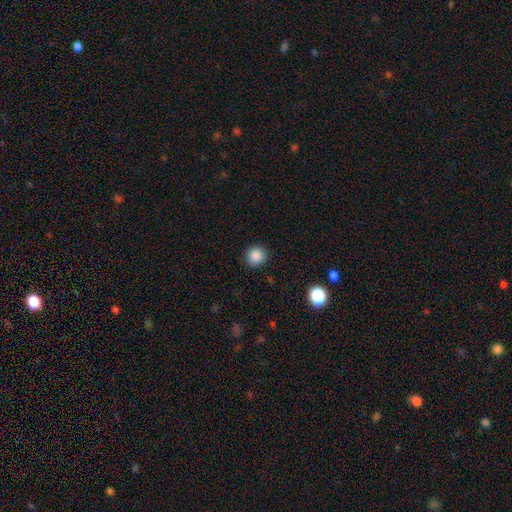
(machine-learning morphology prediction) smooth-or-featured: smooth: 86% | star or artifact: 10% | featured or disk: 3%
  how-rounded: round: 90% | in between: 9% | cigar-shaped: 1%
  merging: none: 90% | minor disturbance: 7% | major disturbance: 2% | merger: 1%